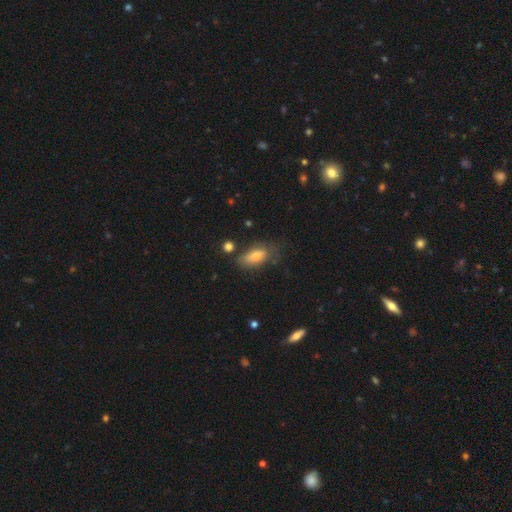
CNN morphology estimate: Smooth or featured? smooth (71%)
How rounded? in between (79%)
Merging? none (60%)